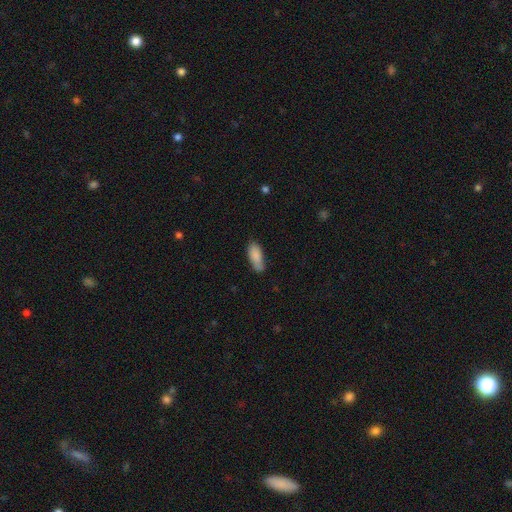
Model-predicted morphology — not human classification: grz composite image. It shows a smooth galaxy with no disk features (85%) that is in between round and cigar-shaped (78%). Merging: none (63%).